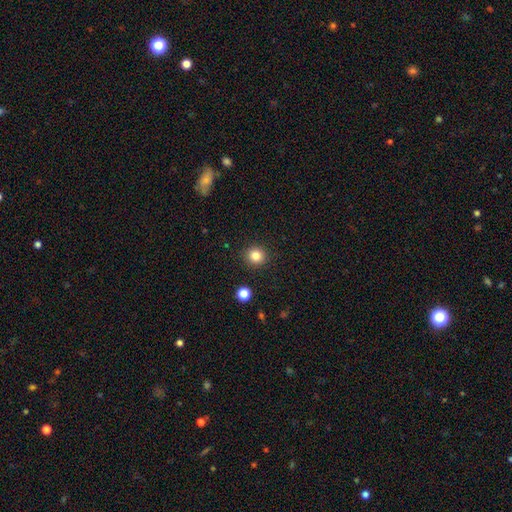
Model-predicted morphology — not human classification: Smooth or featured: smooth — 83% (star or artifact — 12%)
How rounded: round — 91% (in between — 8%)
Merging: none — 91% (minor disturbance — 6%)